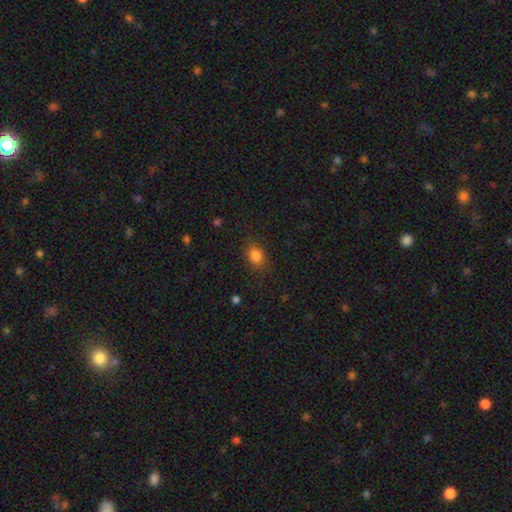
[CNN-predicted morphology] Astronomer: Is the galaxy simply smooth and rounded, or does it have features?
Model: smooth — 83%.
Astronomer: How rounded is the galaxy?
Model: in between — 57% (runner-up: round, 41%).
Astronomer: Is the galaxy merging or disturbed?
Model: none — 82%.